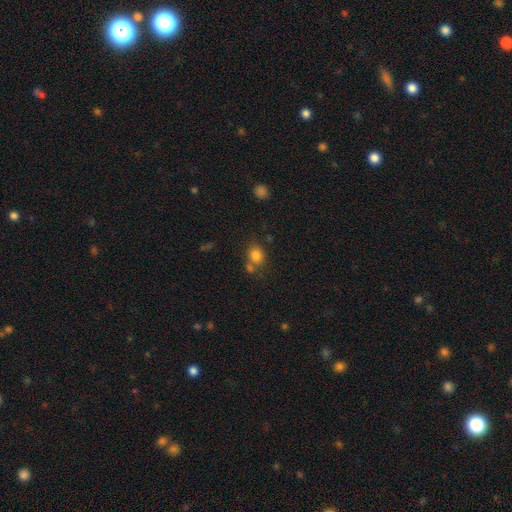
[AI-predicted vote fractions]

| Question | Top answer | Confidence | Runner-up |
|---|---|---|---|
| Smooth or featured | smooth | 81% | star or artifact (12%) |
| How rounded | round | 63% | in between (36%) |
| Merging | none | 60% | merger (21%) |